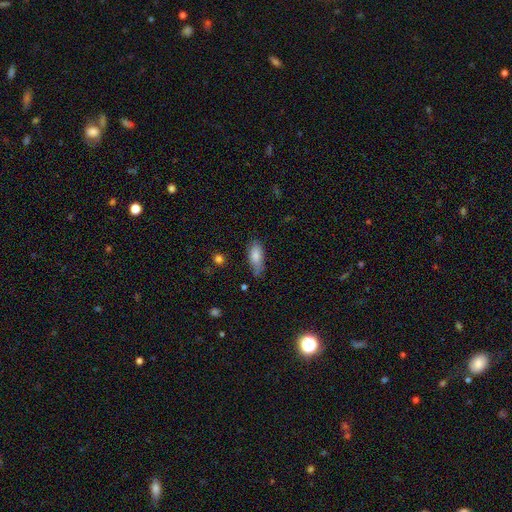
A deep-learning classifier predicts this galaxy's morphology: smooth_or_featured: smooth (p=0.82) [alt: featured or disk p=0.11]
how_rounded: in between (p=0.83) [alt: cigar-shaped p=0.15]
merging: none (p=0.57) [alt: minor disturbance p=0.33]